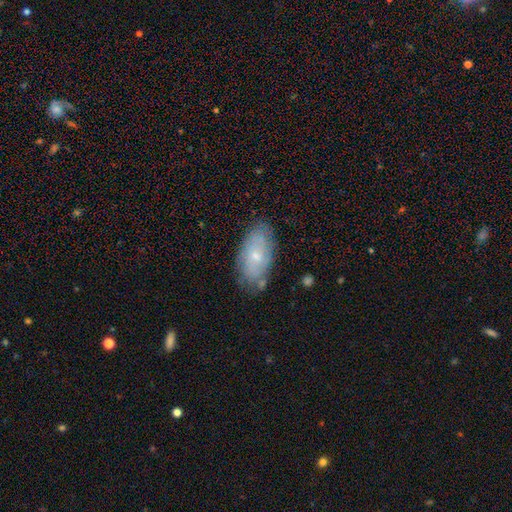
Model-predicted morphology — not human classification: The model was most divided on "smooth or featured": smooth: 53%, featured or disk: 40%, star or artifact: 7%. More confident: how rounded — in between (92%); merging — none (71%).